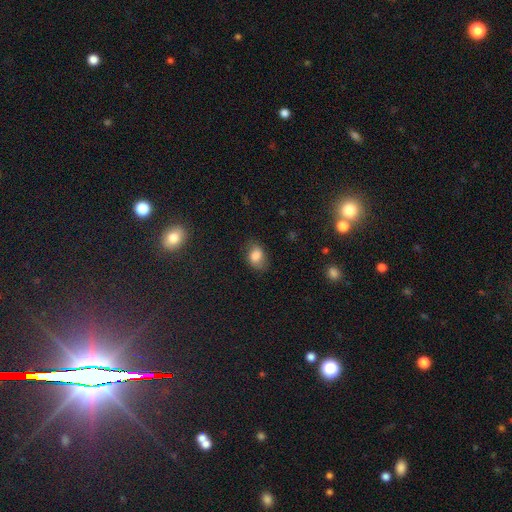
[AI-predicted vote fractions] Smooth or featured?
  - smooth: 79% *
  - featured or disk: 11%
  - star or artifact: 10%
How rounded?
  - in between: 75% *
  - round: 24%
  - cigar-shaped: 1%
Merging?
  - none: 70% *
  - minor disturbance: 22%
  - major disturbance: 6%
  - merger: 1%